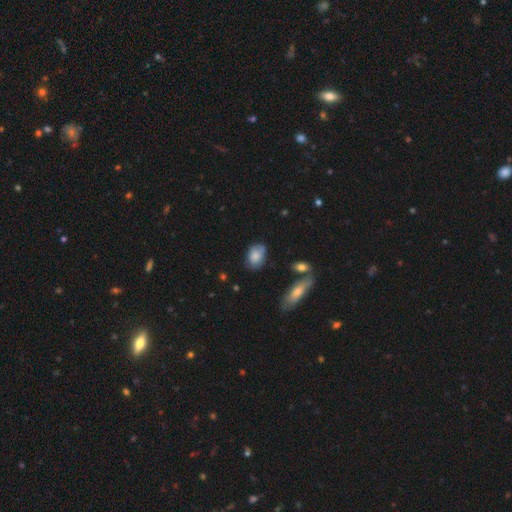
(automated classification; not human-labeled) Smooth or featured? smooth (79%)
How rounded? in between (79%)
Merging? none (61%)